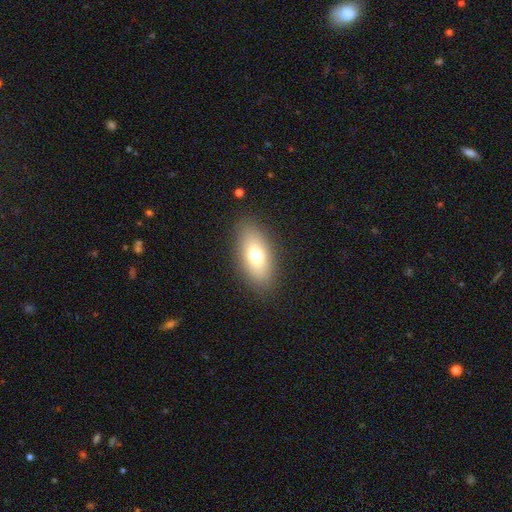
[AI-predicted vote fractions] smooth 71%, featured or disk 20%, star or artifact 10%. Down the decision tree: how rounded — in between (86%); merging — none (87%).